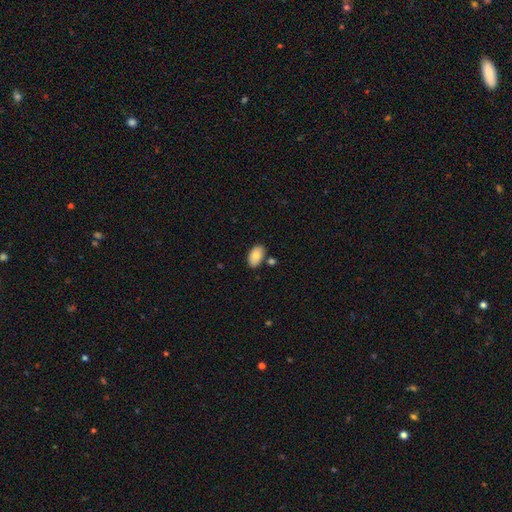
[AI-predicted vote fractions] This is clearly a smooth galaxy (83%). How rounded: clearly in between (93%). Merging: likely none (76%).